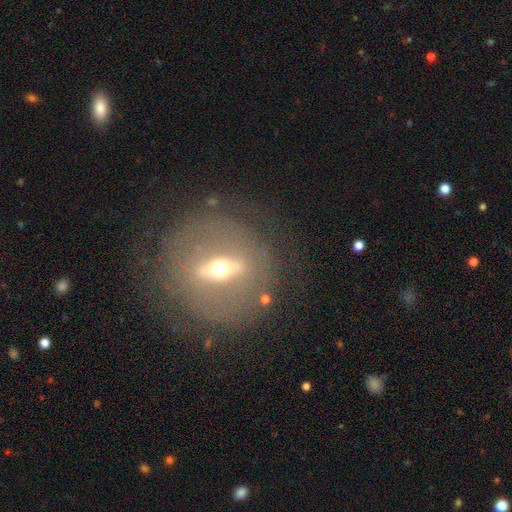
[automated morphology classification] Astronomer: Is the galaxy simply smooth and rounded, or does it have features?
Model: featured or disk — 73%.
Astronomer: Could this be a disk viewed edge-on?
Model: no — 62% (runner-up: yes, 38%).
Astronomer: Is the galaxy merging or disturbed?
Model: none — 83%.